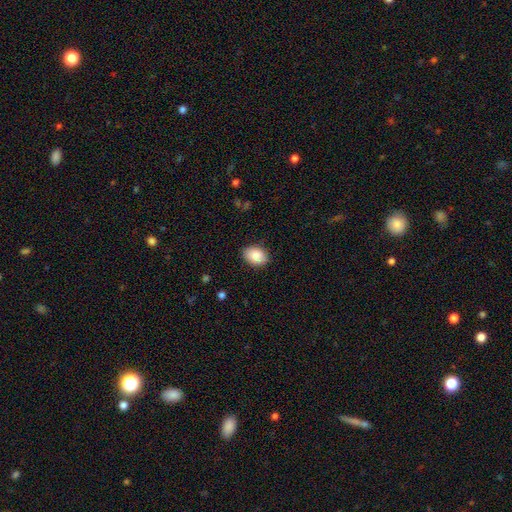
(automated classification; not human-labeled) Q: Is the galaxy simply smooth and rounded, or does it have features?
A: smooth — 87%.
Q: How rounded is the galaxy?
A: in between — 77%.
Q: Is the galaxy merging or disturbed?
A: none — 85%.